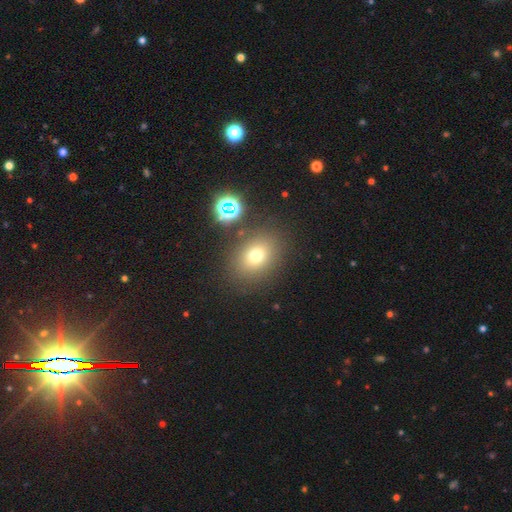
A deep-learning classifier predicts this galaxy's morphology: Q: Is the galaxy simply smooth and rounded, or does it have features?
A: smooth — 71%.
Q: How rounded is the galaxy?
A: in between — 53%.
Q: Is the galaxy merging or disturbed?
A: none — 82%.